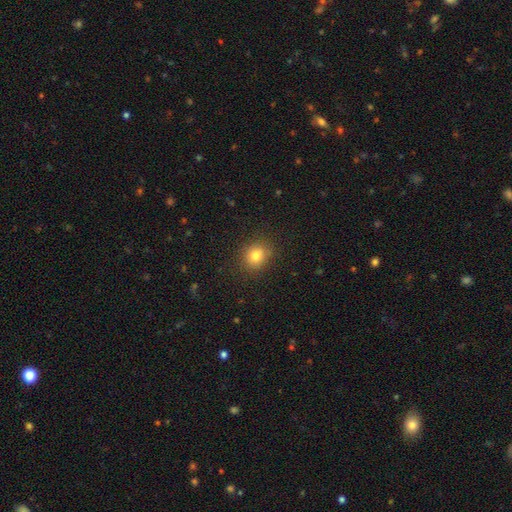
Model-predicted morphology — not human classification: Smooth or featured? smooth (80%)
How rounded? round (73%)
Merging? none (83%)